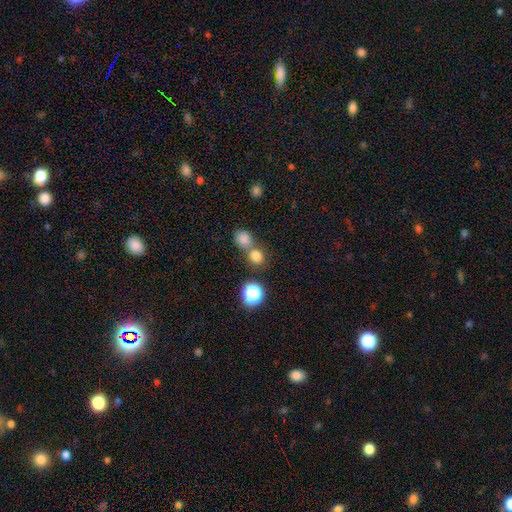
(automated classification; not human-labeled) Morphology: type=smooth (77%); roundness=round (78%); merging=none (50%).